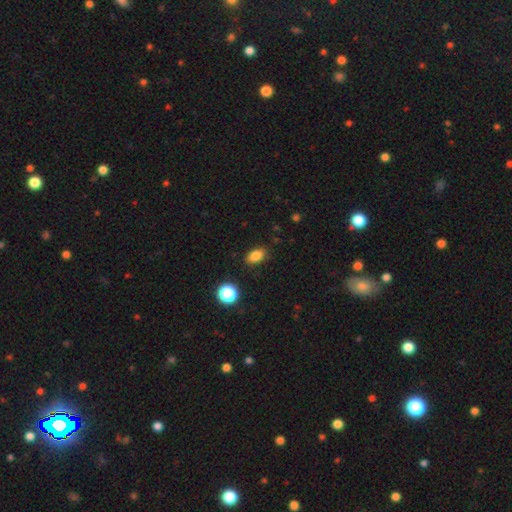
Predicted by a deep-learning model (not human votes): Morphology: type=smooth (84%); roundness=in between (84%); merging=none (86%).